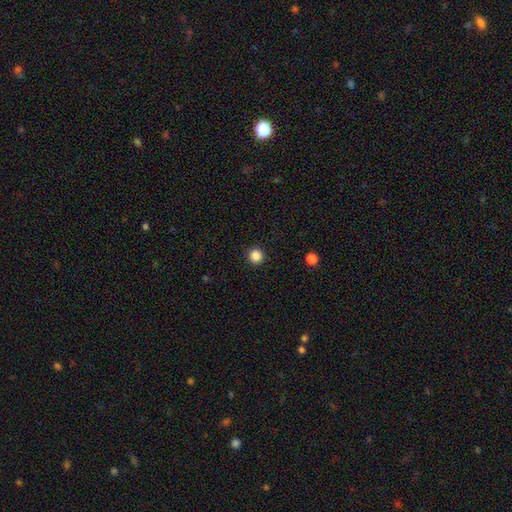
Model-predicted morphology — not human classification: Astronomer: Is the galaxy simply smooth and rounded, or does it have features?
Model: smooth — 87%.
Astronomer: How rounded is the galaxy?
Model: round — 95%.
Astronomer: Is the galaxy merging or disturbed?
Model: none — 93%.